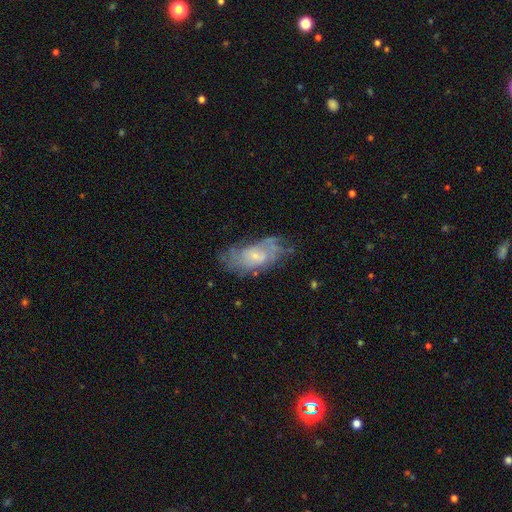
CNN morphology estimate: Q: Smooth or featured?
A: featured or disk (67%); runner-up: smooth (24%)
Q: Edge-on disk?
A: no (94%); runner-up: yes (6%)
Q: Bar?
A: no (67%); runner-up: weak (29%)
Q: Spiral arms?
A: yes (74%); runner-up: no (26%)
Q: Bulge size?
A: small (70%); runner-up: moderate (21%)
Q: Merging?
A: none (54%); runner-up: minor disturbance (26%)